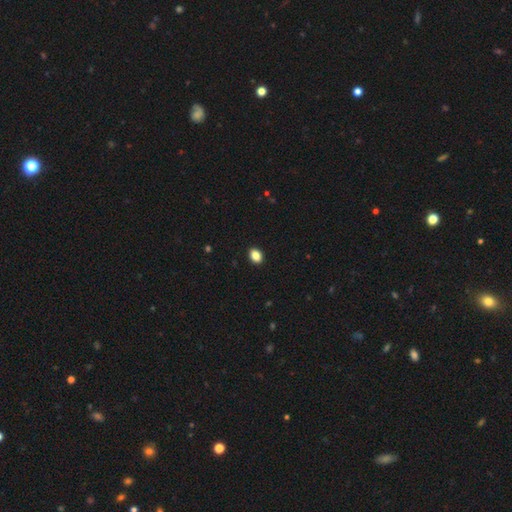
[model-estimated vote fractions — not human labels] This appears to be a smooth galaxy with no disk features (87%) that is in between round and cigar-shaped (68%). Merging: none (91%).